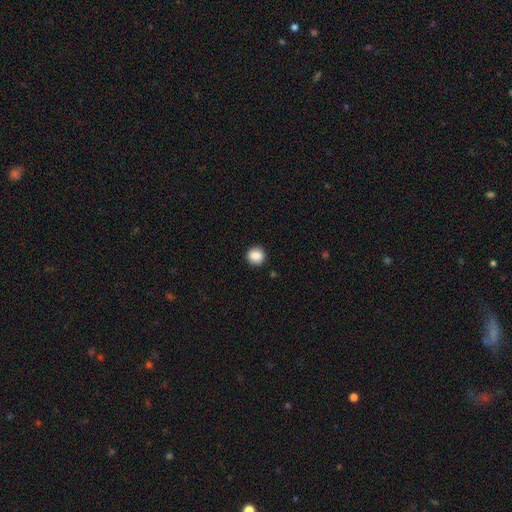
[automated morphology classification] Smooth or featured: smooth — 86% (star or artifact — 9%)
How rounded: round — 89% (in between — 10%)
Merging: none — 90% (minor disturbance — 7%)